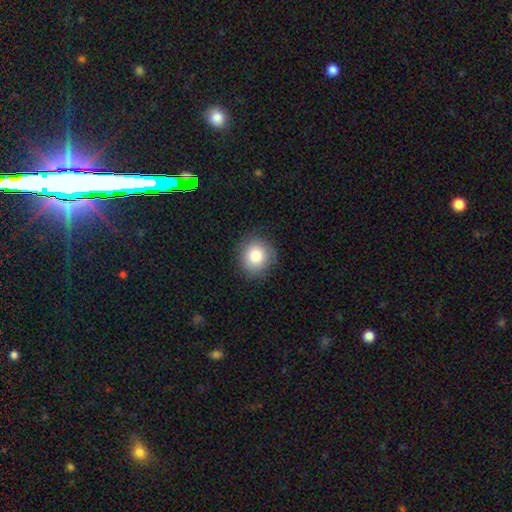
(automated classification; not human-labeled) A smooth galaxy with no disk features (81%) that is round (90%).

Vote fractions:
- Smooth or featured? smooth: 81% / featured or disk: 10% / star or artifact: 9%
- How rounded? round: 90% / in between: 9% / cigar-shaped: 1%
- Merging? none: 84% / minor disturbance: 12% / major disturbance: 3% / merger: 1%